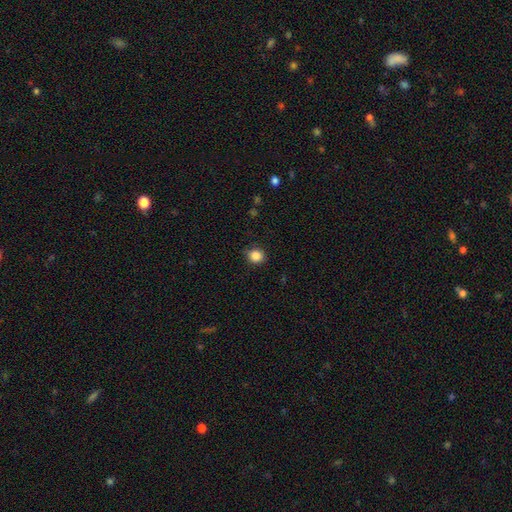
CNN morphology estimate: The model was most divided on "how rounded": round: 79%, in between: 20%, cigar-shaped: 1%. More confident: smooth or featured — smooth (85%); merging — none (84%).